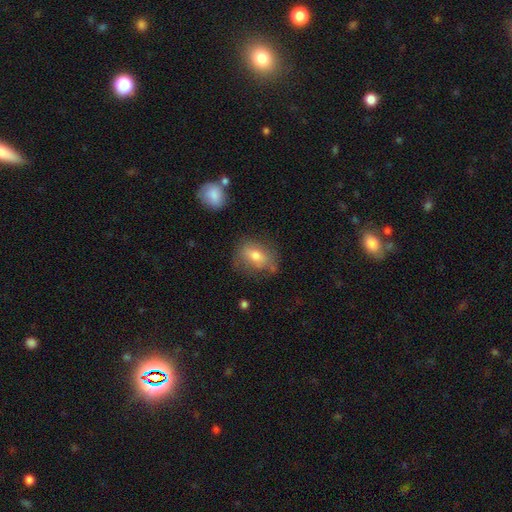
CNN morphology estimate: This appears to be a smooth galaxy with no disk features (69%) that is in between round and cigar-shaped (74%). Merging: none (63%).